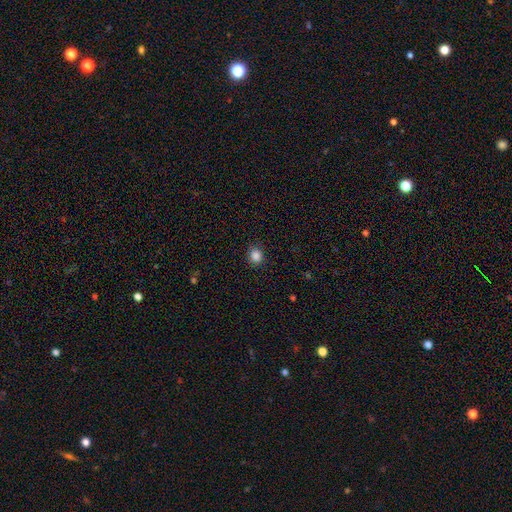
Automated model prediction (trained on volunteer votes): Smooth or featured?
  - smooth: 86% *
  - star or artifact: 11%
  - featured or disk: 3%
How rounded?
  - round: 78% *
  - in between: 21%
  - cigar-shaped: 1%
Merging?
  - none: 88% *
  - minor disturbance: 9%
  - major disturbance: 2%
  - merger: 1%